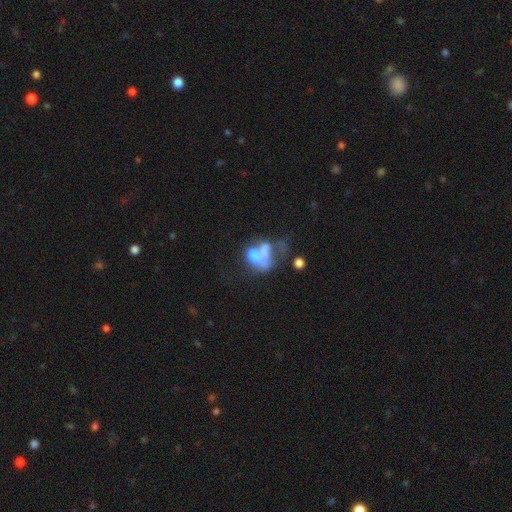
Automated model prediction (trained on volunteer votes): This is marginally a featured or disk galaxy (43%, tied with smooth). Merging: possibly merger (51%).